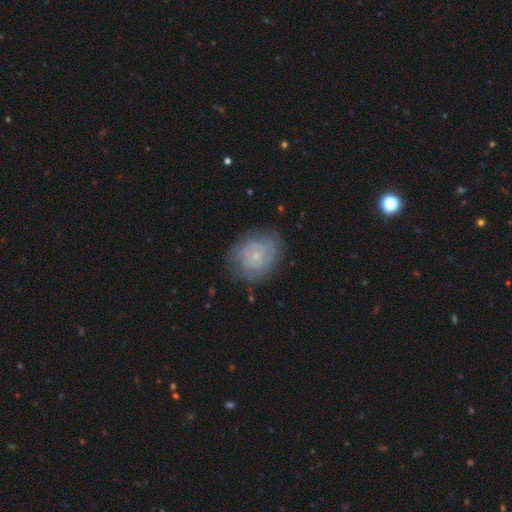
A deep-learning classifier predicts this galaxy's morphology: A featured or disk galaxy (67%) with no bar (78%), tight (71%) spiral arms (85%) and a small central bulge (80%). Merging: none (74%).